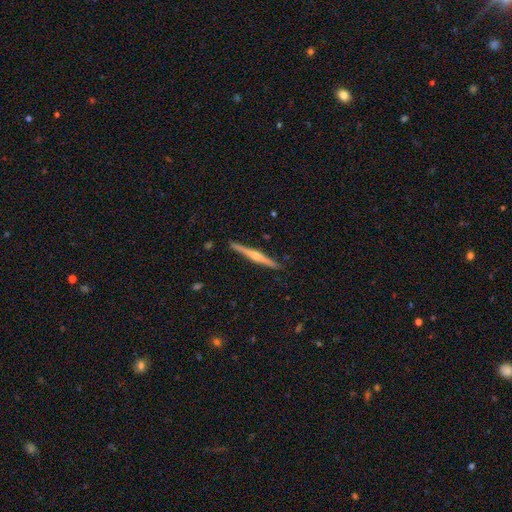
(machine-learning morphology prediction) The model was most divided on "smooth or featured": featured or disk: 71%, smooth: 24%, star or artifact: 5%. More confident: edge-on disk — yes (98%); merging — none (91%); edge-on bulge — rounded (78%).